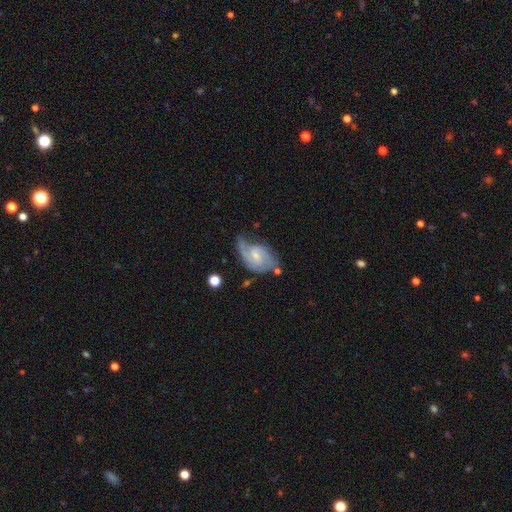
Smooth or featured? 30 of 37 (81%) said featured or disk. Edge-on disk? 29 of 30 (97%) said no. Bar? 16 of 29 (55%) said no. Spiral arms? 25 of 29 (86%) said yes. Spiral winding? 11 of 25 (44%) said medium. Spiral arm count? 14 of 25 (56%) said 2. Bulge size? 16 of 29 (55%) said small. Merging? 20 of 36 (56%) said none.